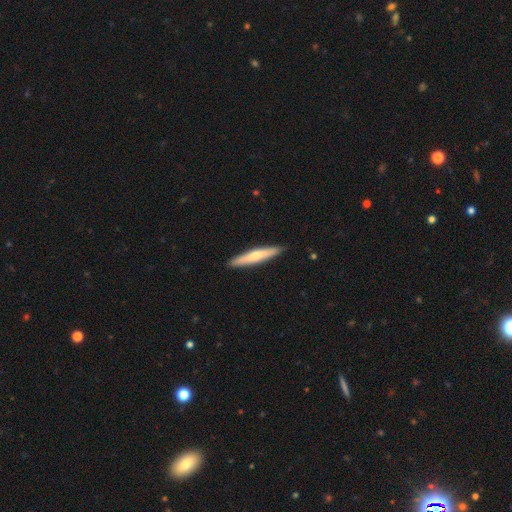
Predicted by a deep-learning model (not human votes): Smooth or featured: smooth — 57% (featured or disk — 39%)
How rounded: cigar-shaped — 93% (in between — 6%)
Merging: none — 91% (minor disturbance — 7%)